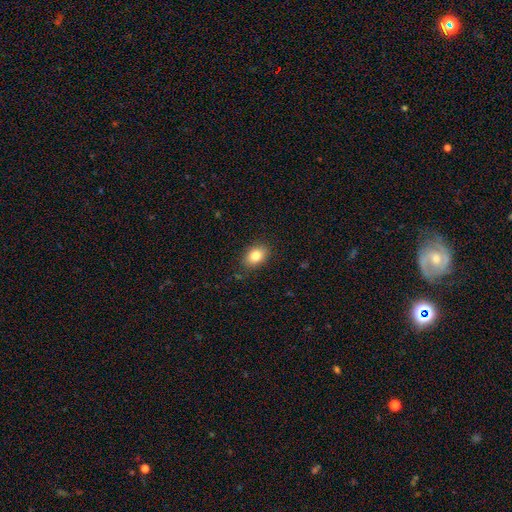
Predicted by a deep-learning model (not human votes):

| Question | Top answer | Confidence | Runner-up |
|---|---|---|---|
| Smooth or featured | smooth | 82% | star or artifact (9%) |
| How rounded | in between | 76% | round (23%) |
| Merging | none | 85% | minor disturbance (12%) |